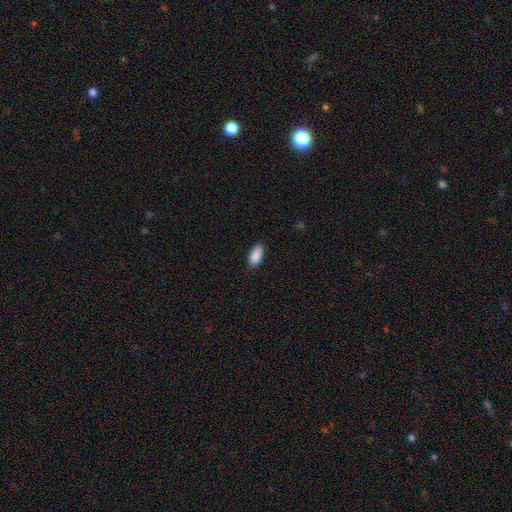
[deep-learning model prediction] Morphology: type=smooth (90%); roundness=in between (92%); merging=none (86%).